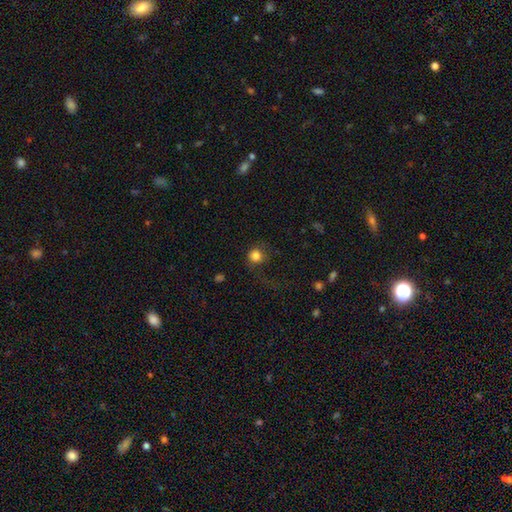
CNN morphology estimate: A smooth galaxy with no disk features (82%) that is round (88%).

Vote fractions:
- Smooth or featured? smooth: 82% / star or artifact: 11% / featured or disk: 7%
- How rounded? round: 88% / in between: 11% / cigar-shaped: 1%
- Merging? none: 62% / major disturbance: 18% / minor disturbance: 17% / merger: 2%